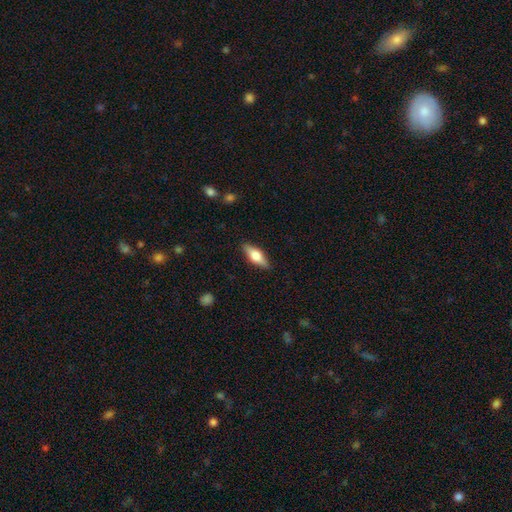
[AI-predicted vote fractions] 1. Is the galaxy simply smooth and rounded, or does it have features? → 58% smooth, 36% featured or disk, 6% star or artifact.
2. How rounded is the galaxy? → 65% in between, 33% cigar-shaped, 3% round.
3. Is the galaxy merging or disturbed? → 87% none, 9% minor disturbance, 2% major disturbance, 1% merger.